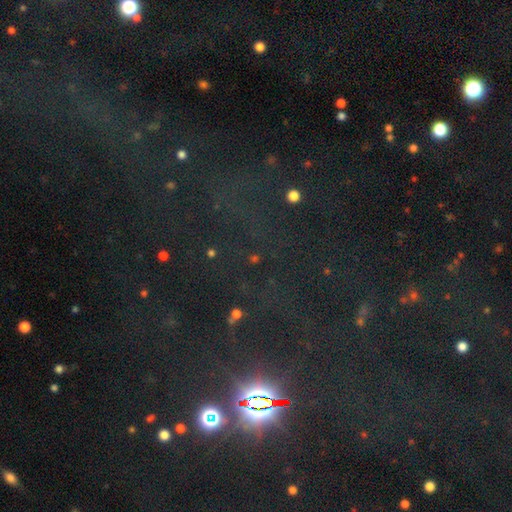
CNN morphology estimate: The model was most divided on "smooth or featured": star or artifact: 75%, smooth: 16%, featured or disk: 10%.